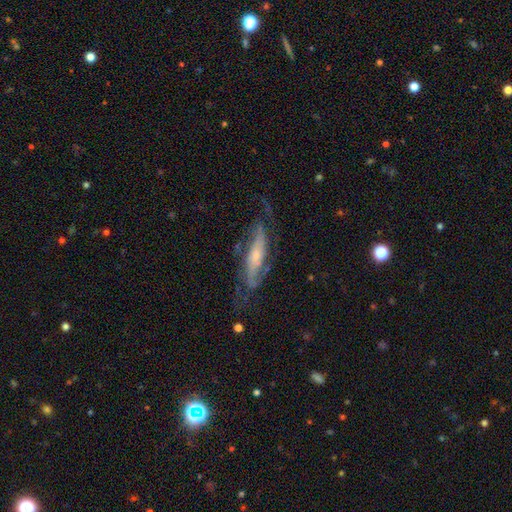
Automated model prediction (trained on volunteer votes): smooth-or-featured: featured or disk: 79% | smooth: 14% | star or artifact: 7%
  disk-edge-on: no: 76% | yes: 24%
    bar: no: 55% | weak: 28% | strong: 17%
    has-spiral-arms: yes: 92% | no: 8%
      spiral-winding: medium: 44% | tight: 30% | loose: 26%
      spiral-arm-count: 2: 65% | can't tell: 19% | 3: 8% | 1: 4% | 4: 3% | more than 4: 2%
    bulge-size: small: 58% | moderate: 31% | none: 5% | large: 4% | dominant: 1%
  merging: none: 63% | minor disturbance: 20% | major disturbance: 14% | merger: 2%